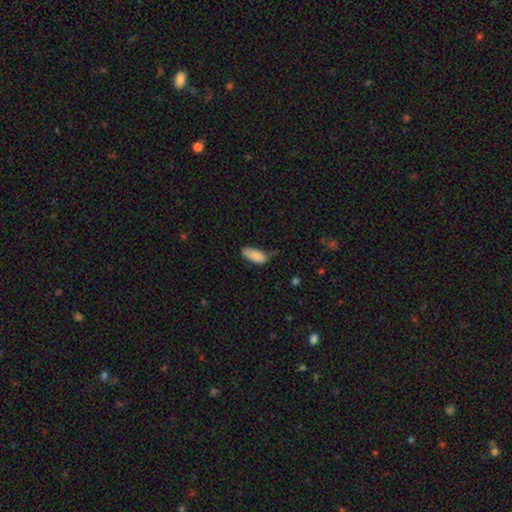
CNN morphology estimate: type=smooth (87%); roundness=in between (83%); merging=none (63%).